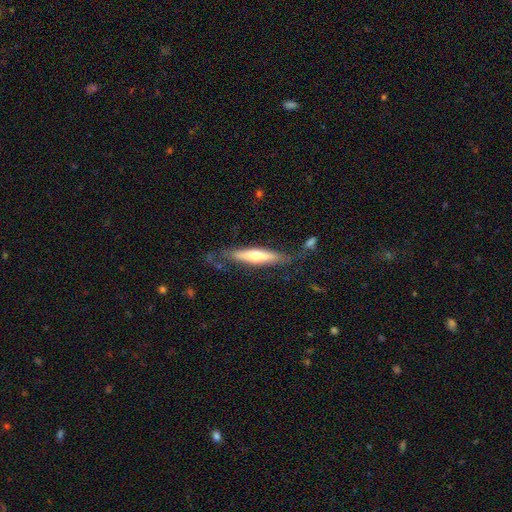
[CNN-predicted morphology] Smooth or featured: featured or disk — 49% (smooth — 45%)
Merging: none — 71% (minor disturbance — 19%)